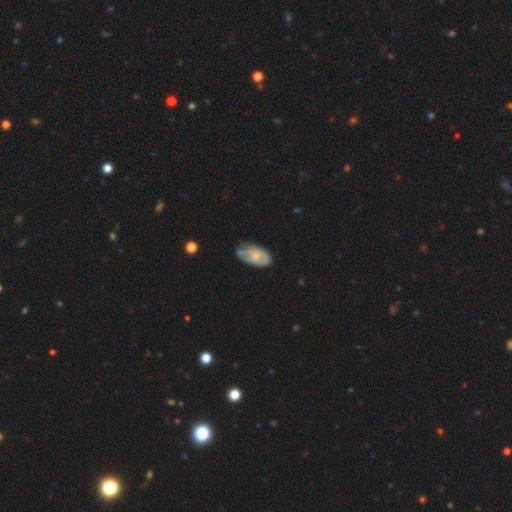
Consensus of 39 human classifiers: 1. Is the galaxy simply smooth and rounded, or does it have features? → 56% smooth, 36% featured or disk, 8% star or artifact.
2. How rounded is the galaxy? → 95% in between, 5% cigar-shaped, 0% round.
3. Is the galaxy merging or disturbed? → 64% none, 22% minor disturbance, 14% major disturbance, 0% merger.